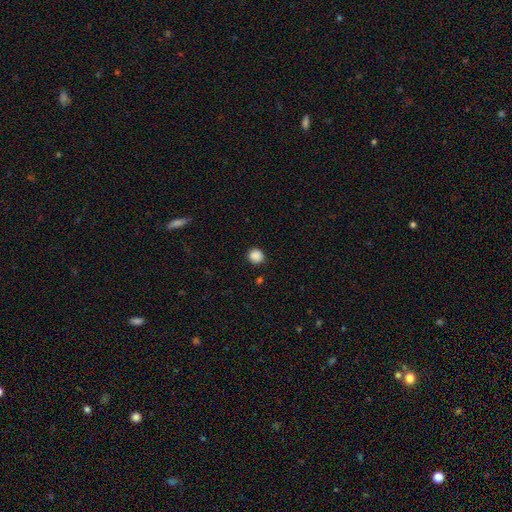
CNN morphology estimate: Smooth or featured? smooth (87%)
How rounded? round (88%)
Merging? none (89%)